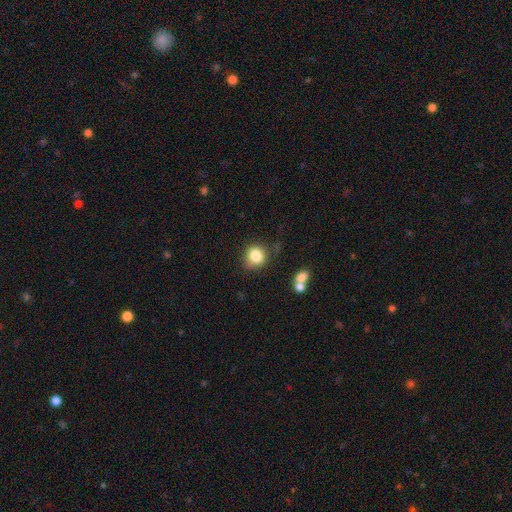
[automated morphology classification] Smooth or featured?
  - smooth: 83% *
  - star or artifact: 10%
  - featured or disk: 7%
How rounded?
  - round: 79% *
  - in between: 20%
  - cigar-shaped: 1%
Merging?
  - none: 69% *
  - minor disturbance: 20%
  - major disturbance: 6%
  - merger: 5%